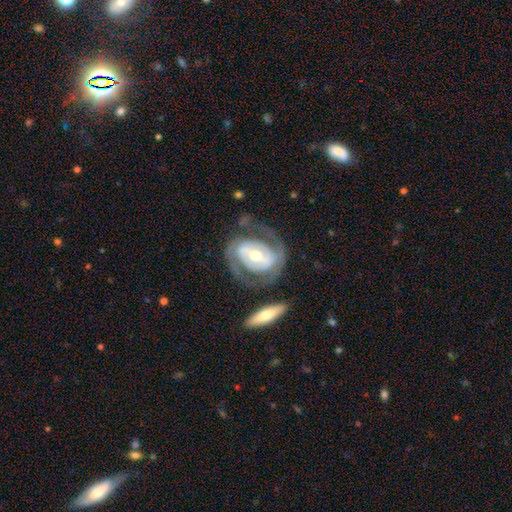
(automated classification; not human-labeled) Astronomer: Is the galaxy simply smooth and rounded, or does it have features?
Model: featured or disk — 82%.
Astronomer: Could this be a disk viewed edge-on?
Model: no — 95%.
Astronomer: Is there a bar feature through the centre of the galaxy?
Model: strong — 44% (runner-up: weak, 33%).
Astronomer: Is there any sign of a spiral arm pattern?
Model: yes — 81%.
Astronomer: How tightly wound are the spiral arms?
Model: tight — 47% (runner-up: medium, 38%).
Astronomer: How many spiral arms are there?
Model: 2 — 78%.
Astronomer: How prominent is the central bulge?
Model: moderate — 60%.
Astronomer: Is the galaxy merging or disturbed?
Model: none — 63%.